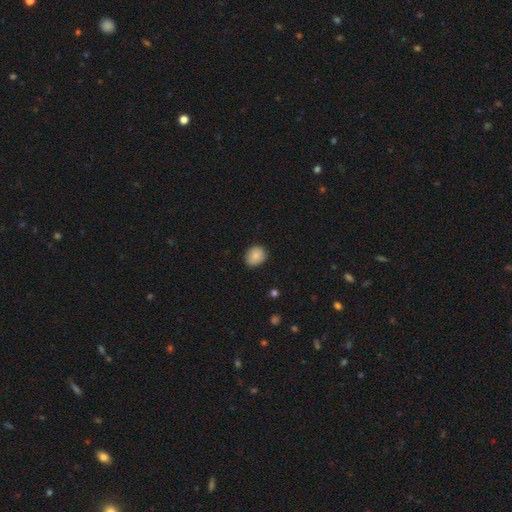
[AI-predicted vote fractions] Smooth or featured? Predicted: smooth (p=0.86). How rounded? Predicted: round (p=0.62). Merging? Predicted: none (p=0.84).